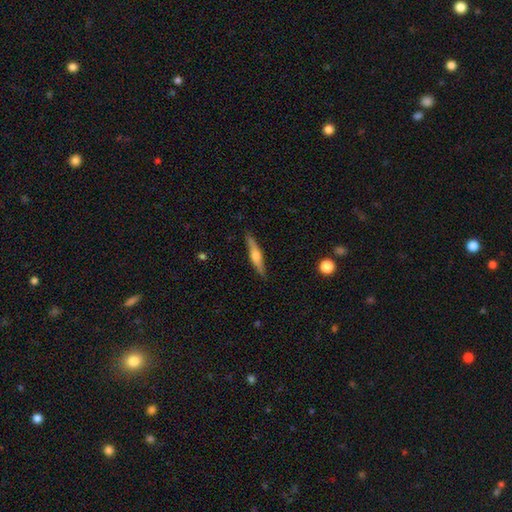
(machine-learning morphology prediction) A featured or disk galaxy (59%) viewed edge-on (96%) with a rounded central bulge (90%). Merging: none (87%).